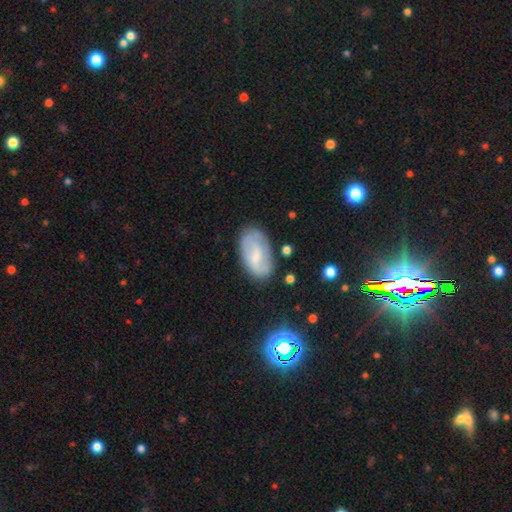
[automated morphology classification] A smooth galaxy with no disk features (47%). Merging: none (75%).